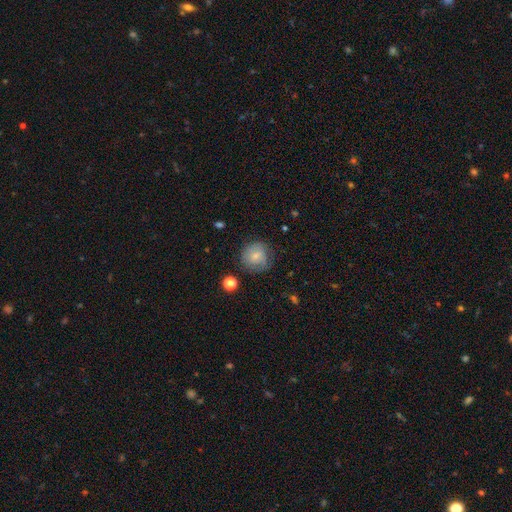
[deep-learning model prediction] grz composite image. It shows a smooth galaxy with no disk features (73%) that is round (87%). Merging: none (70%).